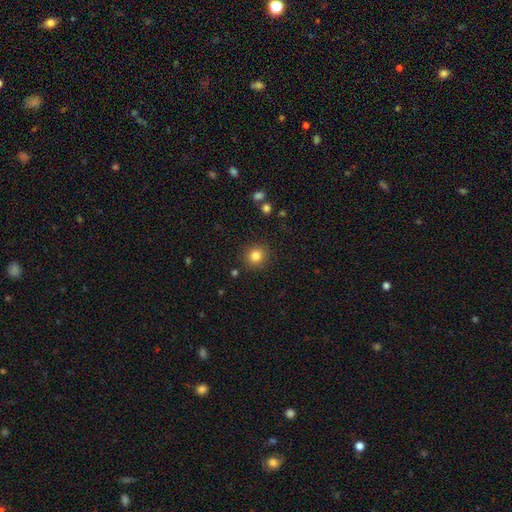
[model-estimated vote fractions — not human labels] Morphology: type=smooth (82%); roundness=round (89%); merging=none (89%).